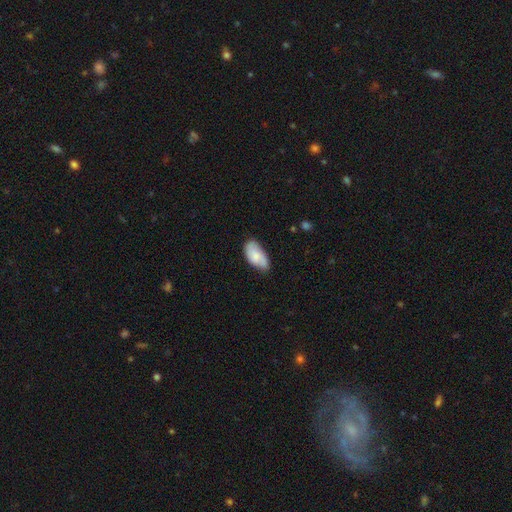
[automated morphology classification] This appears to be a smooth galaxy with no disk features (72%) that is in between round and cigar-shaped (94%). Merging: none (57%).